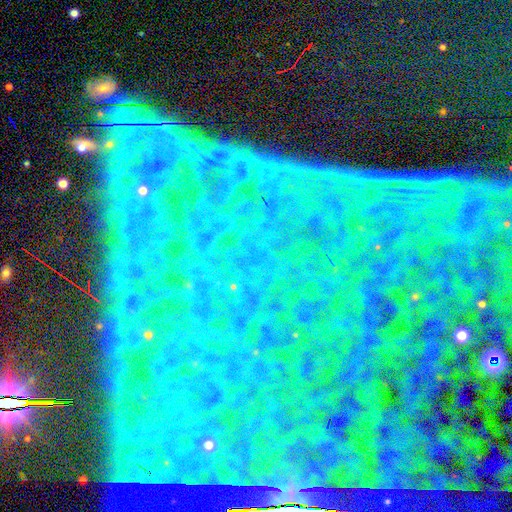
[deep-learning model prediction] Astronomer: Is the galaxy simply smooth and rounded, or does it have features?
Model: star or artifact — 86%.